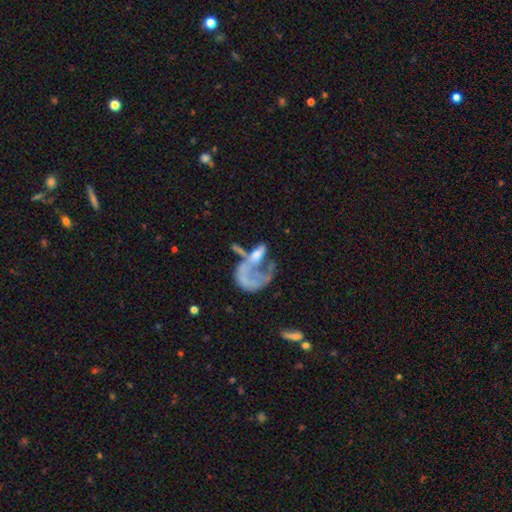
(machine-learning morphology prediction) featured or disk 61%, smooth 28%, star or artifact 11%. Down the decision tree: edge-on disk — no (97%); bar — no (85%); spiral arms — no (69%); bulge size — none (61%); merging — major disturbance (43%).